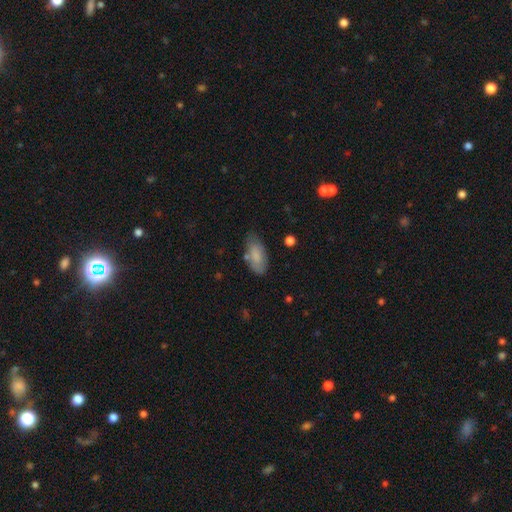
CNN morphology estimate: Q: Smooth or featured?
A: smooth (80%); runner-up: featured or disk (14%)
Q: How rounded?
A: in between (87%); runner-up: cigar-shaped (11%)
Q: Merging?
A: none (65%); runner-up: minor disturbance (25%)